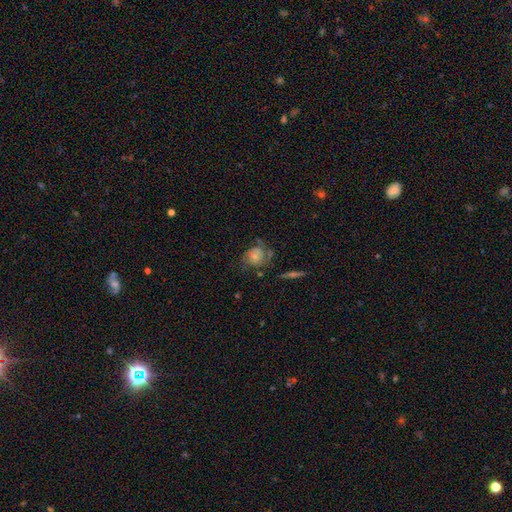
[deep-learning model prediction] A featured or disk galaxy (60%) with no bar (79%), spiral arms (86%) and a small central bulge (56%). Merging: none (53%).